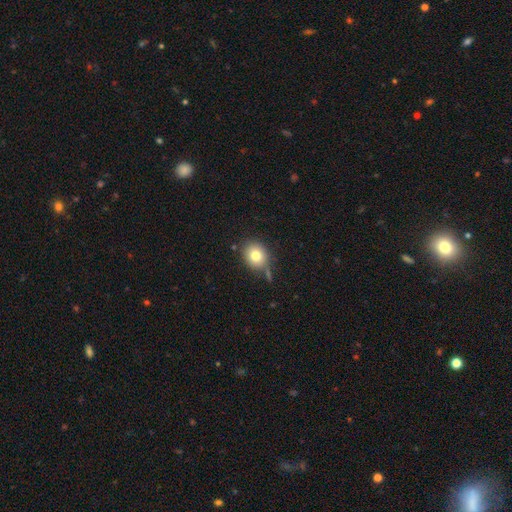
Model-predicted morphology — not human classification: This appears to be a smooth galaxy with no disk features (78%) that is round (70%). Merging: none (72%).